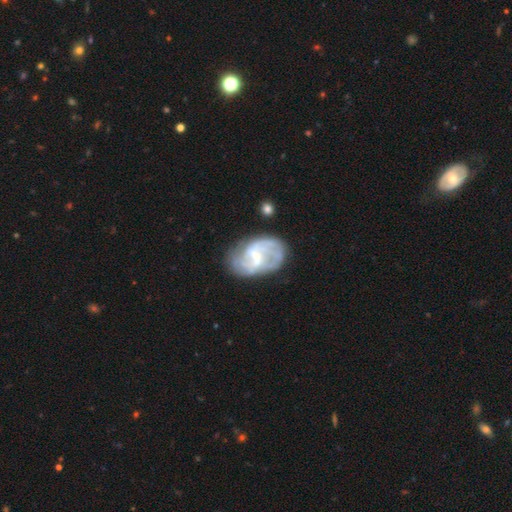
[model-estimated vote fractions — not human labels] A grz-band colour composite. It shows a featured or disk galaxy (77%) with a weak bar (57%), 2 (47%) medium (41%) spiral arms (84%) and a small central bulge (54%). Merging: none (59%).